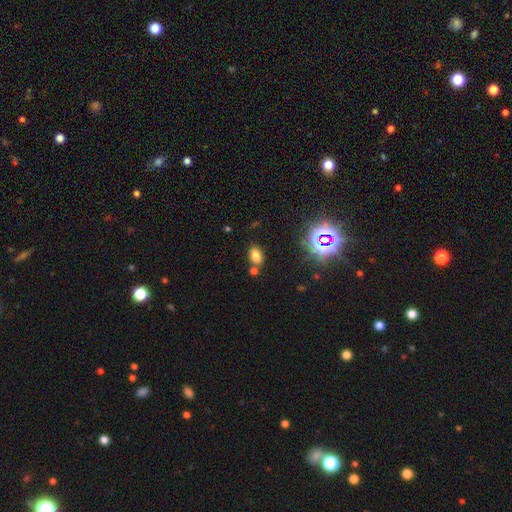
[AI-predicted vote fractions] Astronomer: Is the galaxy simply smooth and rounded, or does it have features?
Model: smooth — 74%.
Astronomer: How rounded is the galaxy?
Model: in between — 85%.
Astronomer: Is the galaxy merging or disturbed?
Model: none — 72%.